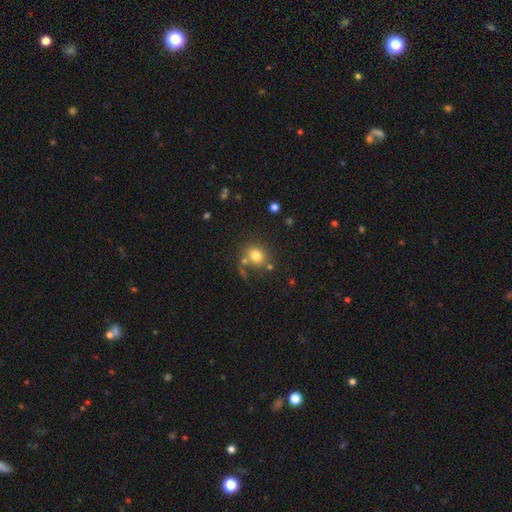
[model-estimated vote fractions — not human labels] Smooth or featured?
  - smooth: 78% *
  - star or artifact: 12%
  - featured or disk: 10%
How rounded?
  - round: 69% *
  - in between: 30%
  - cigar-shaped: 1%
Merging?
  - none: 63% *
  - merger: 16%
  - minor disturbance: 14%
  - major disturbance: 7%